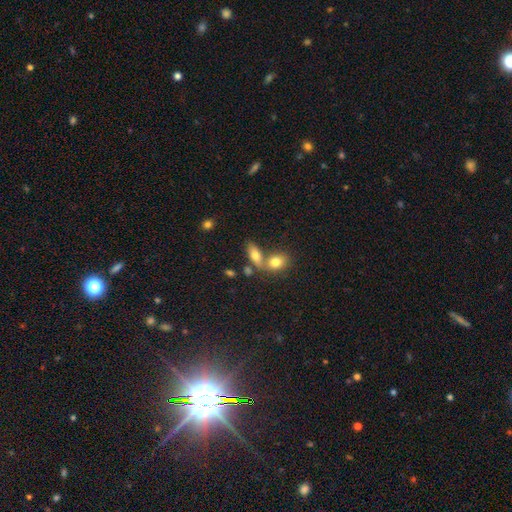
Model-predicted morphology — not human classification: A smooth galaxy with no disk features (72%) that is in between round and cigar-shaped (78%).

Vote fractions:
- Smooth or featured? smooth: 72% / featured or disk: 19% / star or artifact: 9%
- How rounded? in between: 78% / cigar-shaped: 14% / round: 8%
- Merging? none: 44% / merger: 42% / minor disturbance: 10% / major disturbance: 4%